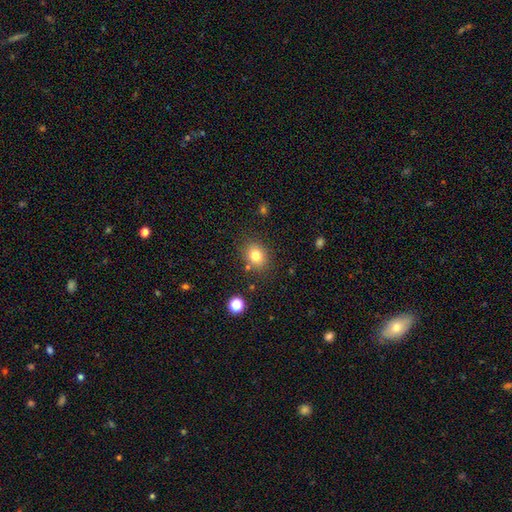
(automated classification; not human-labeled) Overall: smooth (79%). How rounded: round (64%; in between 35%). Merging: none (82%).